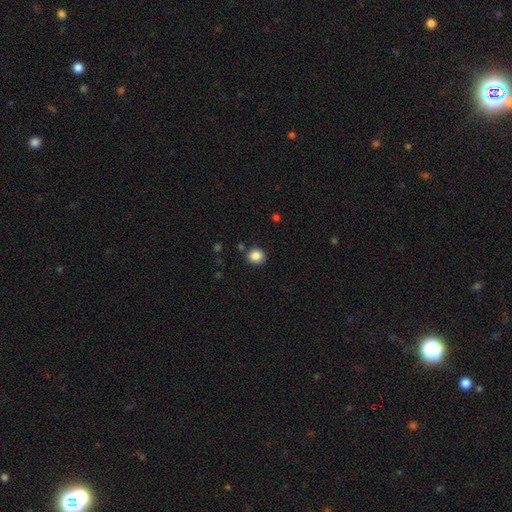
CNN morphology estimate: smooth_or_featured: smooth (p=0.86) [alt: star or artifact p=0.10]
how_rounded: round (p=0.88) [alt: in between p=0.12]
merging: none (p=0.88) [alt: minor disturbance p=0.07]